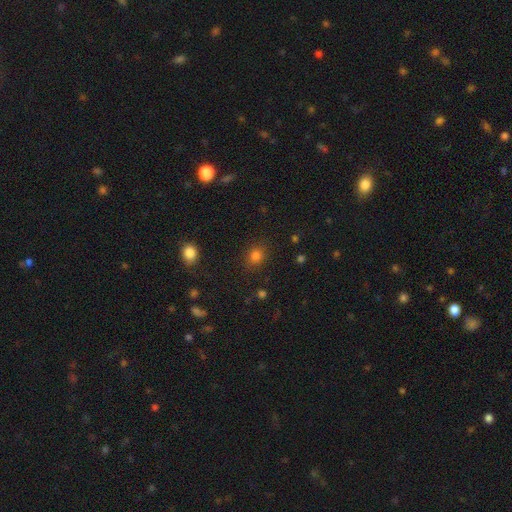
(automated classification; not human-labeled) smooth 80%, star or artifact 15%, featured or disk 5%. Down the decision tree: how rounded — round (72%); merging — none (86%).